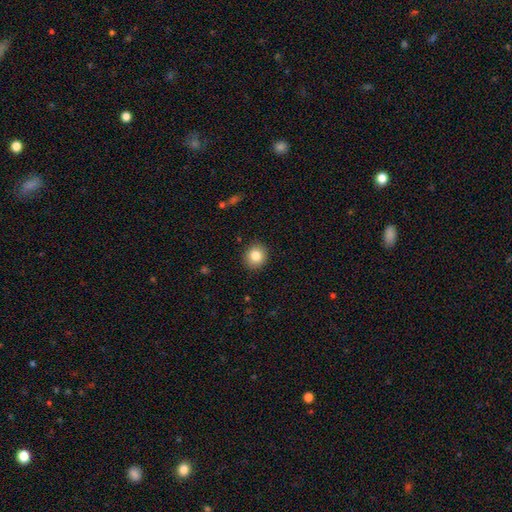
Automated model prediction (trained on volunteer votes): This appears to be a smooth galaxy with no disk features (83%) that is round (87%). Merging: none (91%).